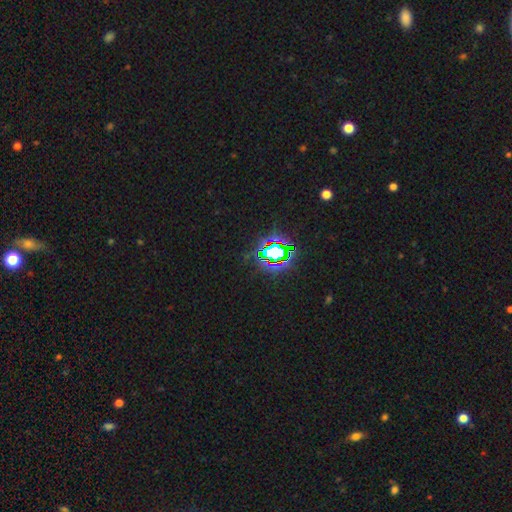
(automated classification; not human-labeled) A star or artifact, not a galaxy (81%).

Vote fractions:
- Smooth or featured? star or artifact: 81% / smooth: 11% / featured or disk: 8%